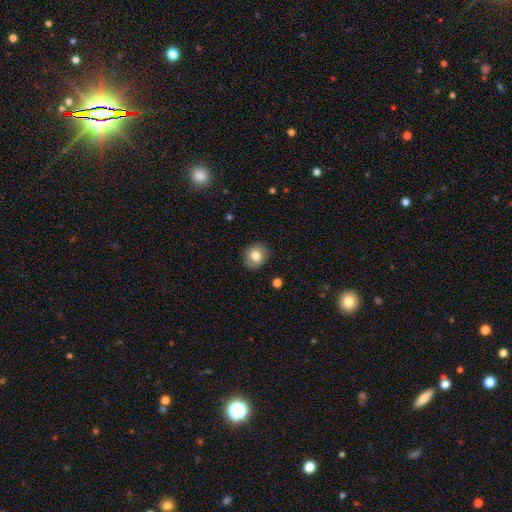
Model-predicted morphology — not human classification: Overall: smooth (78%). How rounded: round (65%; in between 34%). Merging: none (86%).